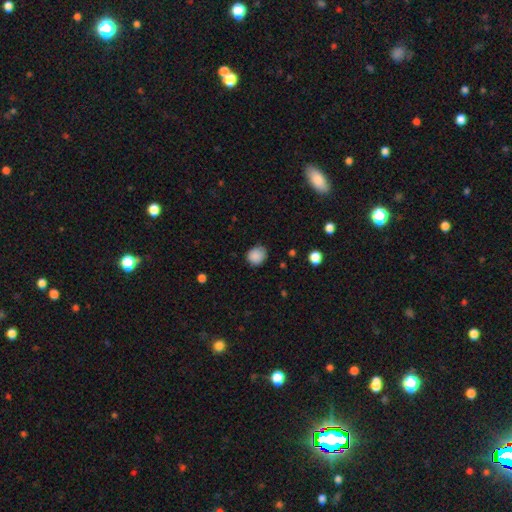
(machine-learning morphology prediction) Smooth or featured: smooth — 87% (star or artifact — 9%)
How rounded: round — 75% (in between — 24%)
Merging: none — 75% (minor disturbance — 20%)